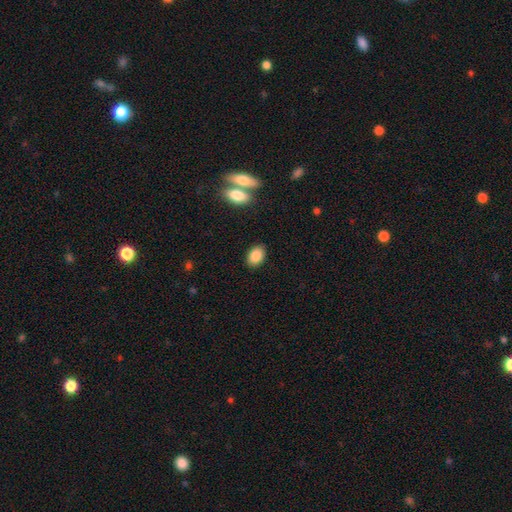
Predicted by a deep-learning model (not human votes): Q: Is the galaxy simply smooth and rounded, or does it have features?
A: smooth — 87%.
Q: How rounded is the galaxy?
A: in between — 83%.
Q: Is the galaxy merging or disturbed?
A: none — 86%.